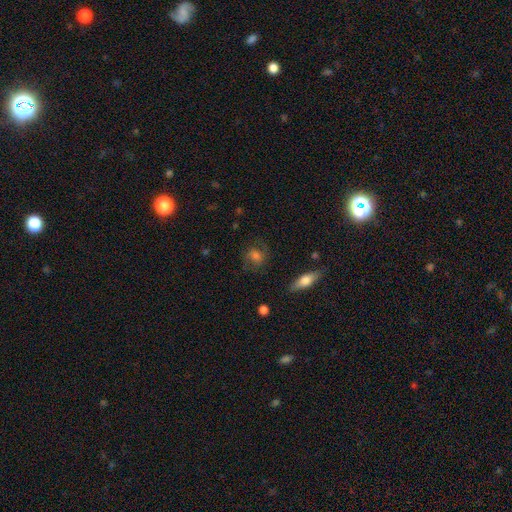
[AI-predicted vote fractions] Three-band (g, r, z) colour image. It shows a featured or disk galaxy (47%). Merging: none (75%).